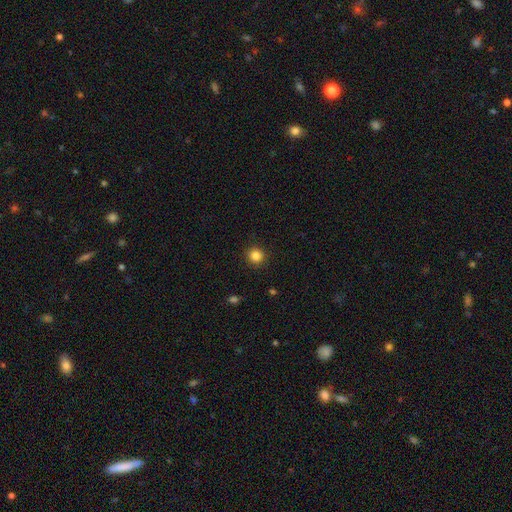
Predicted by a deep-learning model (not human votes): This is clearly a smooth galaxy (85%). How rounded: clearly round (93%). Merging: clearly none (91%).